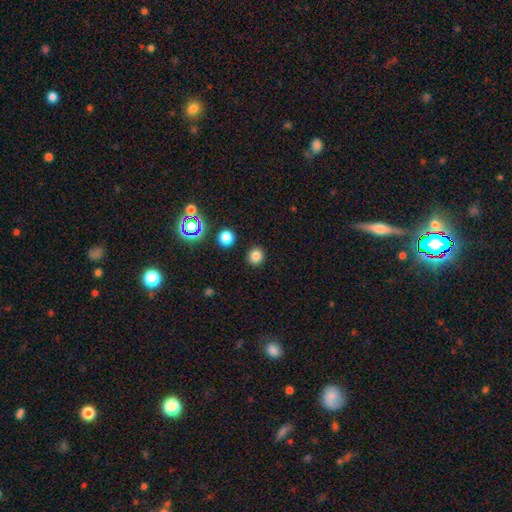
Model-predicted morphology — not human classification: type=smooth (81%); roundness=round (89%); merging=none (91%).